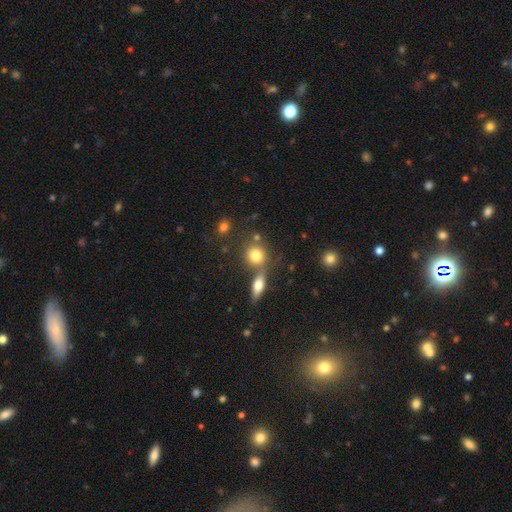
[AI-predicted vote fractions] Smooth or featured? Predicted: smooth (p=0.78). How rounded? Predicted: round (p=0.84). Merging? Predicted: none (p=0.60).